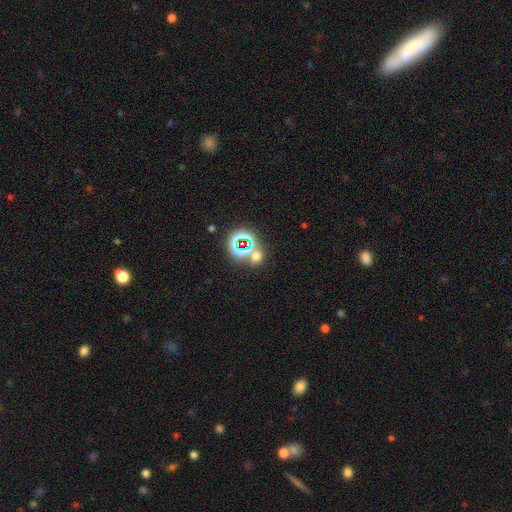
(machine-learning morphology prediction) star or artifact 47%, smooth 45%, featured or disk 9%.